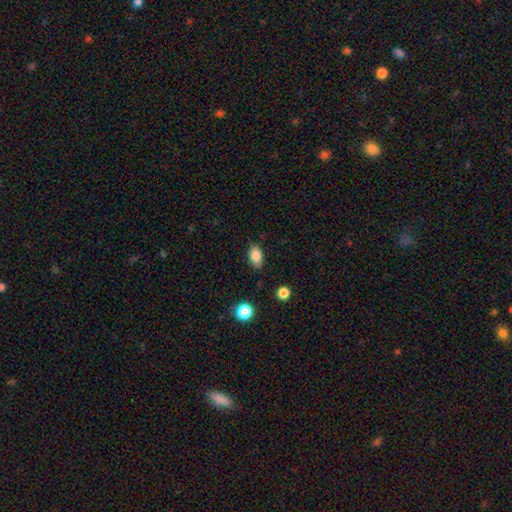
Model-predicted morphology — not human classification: The model was most divided on "merging": none: 82%, minor disturbance: 13%, major disturbance: 3%, merger: 2%. More confident: how rounded — in between (87%); smooth or featured — smooth (84%).